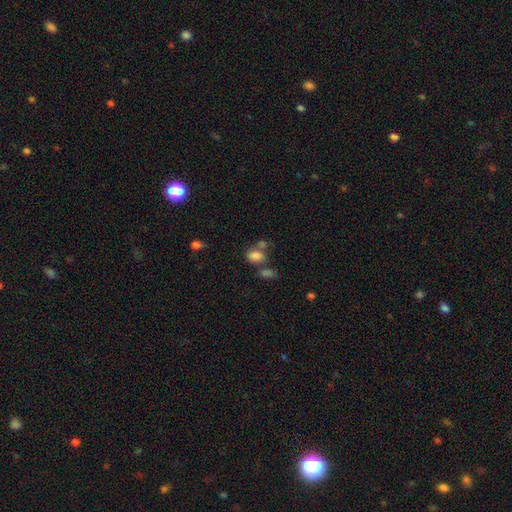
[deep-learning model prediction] A smooth galaxy with no disk features (80%) that is in between round and cigar-shaped (74%). Merging: none (44%).